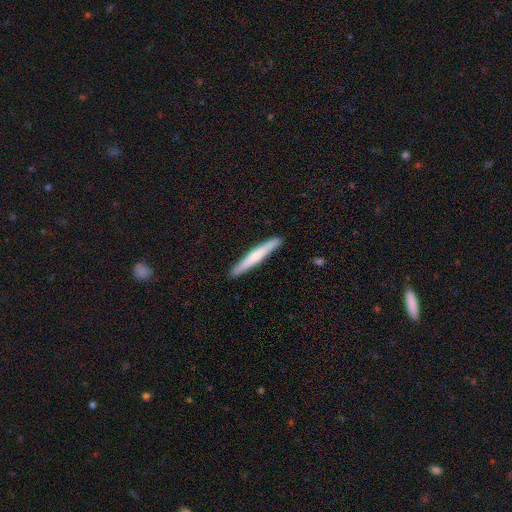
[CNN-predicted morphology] This appears to be a smooth galaxy with no disk features (59%) that is cigar-shaped (96%). Merging: none (91%).